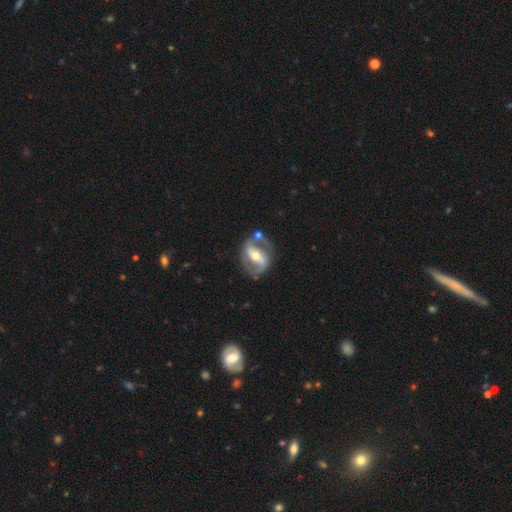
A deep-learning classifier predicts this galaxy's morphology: Q: Smooth or featured?
A: featured or disk (82%); runner-up: smooth (13%)
Q: Edge-on disk?
A: no (95%); runner-up: yes (5%)
Q: Bar?
A: strong (54%); runner-up: weak (28%)
Q: Spiral arms?
A: yes (79%); runner-up: no (21%)
Q: Spiral winding?
A: medium (49%); runner-up: tight (28%)
Q: Spiral arm count?
A: 2 (86%); runner-up: can't tell (7%)
Q: Bulge size?
A: moderate (68%); runner-up: small (23%)
Q: Merging?
A: none (67%); runner-up: minor disturbance (16%)